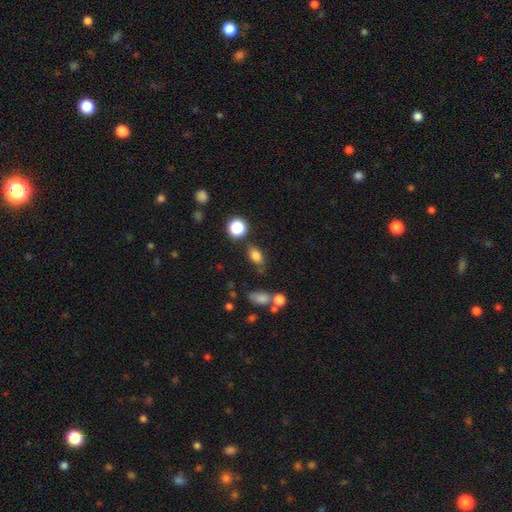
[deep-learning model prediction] This appears to be a smooth galaxy with no disk features (81%) that is in between round and cigar-shaped (81%). Merging: none (73%).